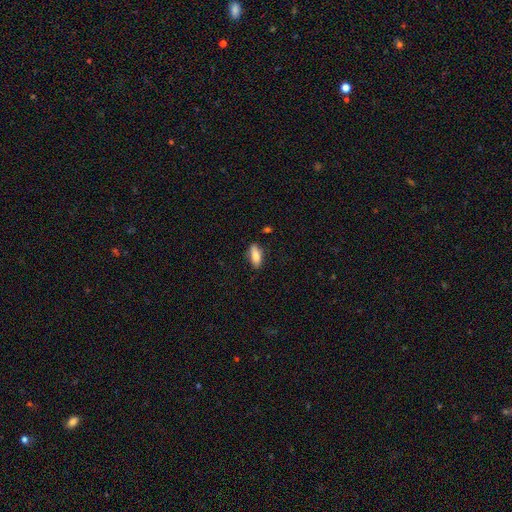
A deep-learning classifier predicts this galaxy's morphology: This is likely a smooth galaxy (78%). How rounded: likely in between (72%). Merging: likely none (78%).